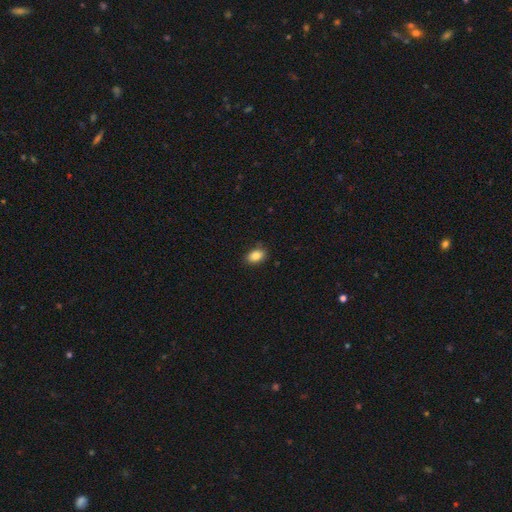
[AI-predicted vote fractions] Smooth or featured? Predicted: smooth (p=0.86). How rounded? Predicted: in between (p=0.86). Merging? Predicted: none (p=0.86).